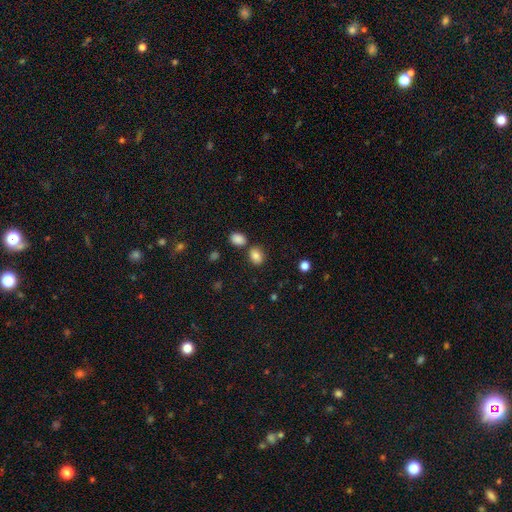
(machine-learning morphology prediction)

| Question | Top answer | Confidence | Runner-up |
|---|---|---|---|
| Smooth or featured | smooth | 83% | star or artifact (11%) |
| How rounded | in between | 63% | round (36%) |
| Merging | none | 71% | merger (14%) |